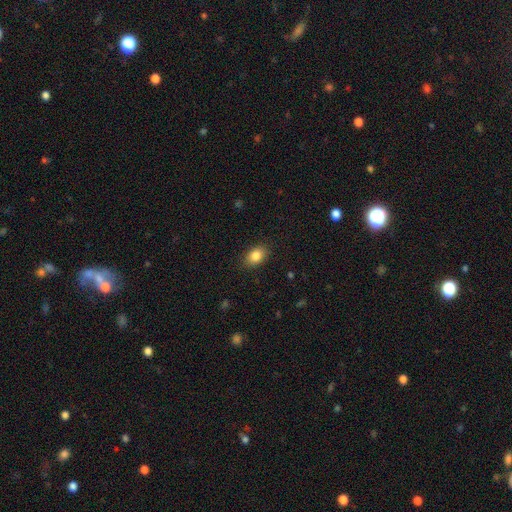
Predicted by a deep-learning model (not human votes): Smooth or featured?
  - smooth: 85% *
  - star or artifact: 9%
  - featured or disk: 6%
How rounded?
  - in between: 81% *
  - round: 18%
  - cigar-shaped: 1%
Merging?
  - none: 87% *
  - minor disturbance: 9%
  - major disturbance: 2%
  - merger: 1%